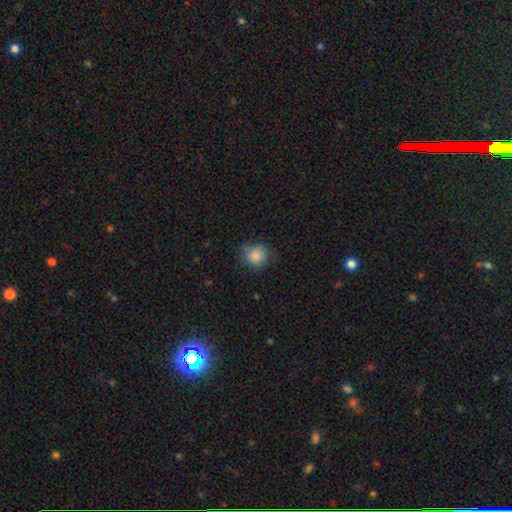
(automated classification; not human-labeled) Q: Smooth or featured?
A: smooth (86%); runner-up: star or artifact (9%)
Q: How rounded?
A: round (86%); runner-up: in between (13%)
Q: Merging?
A: none (72%); runner-up: minor disturbance (21%)